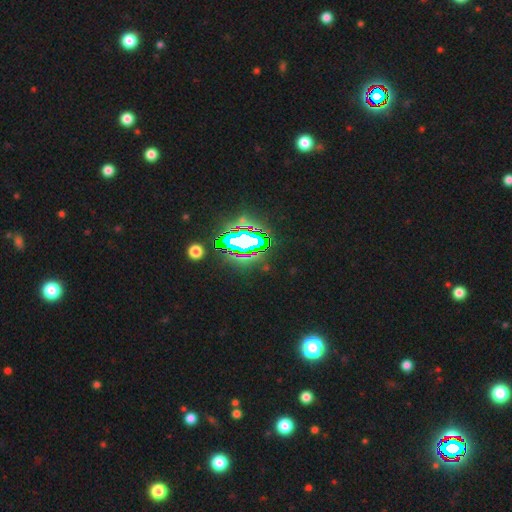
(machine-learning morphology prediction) type=star or artifact (79%).